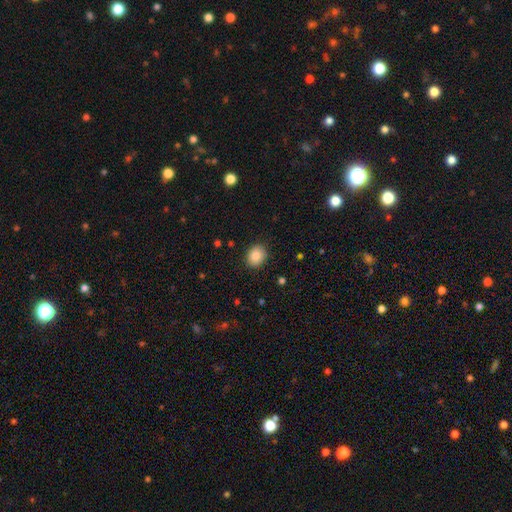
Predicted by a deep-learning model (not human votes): The model was most divided on "how rounded": round: 60%, in between: 39%, cigar-shaped: 1%. More confident: merging — none (89%); smooth or featured — smooth (86%).